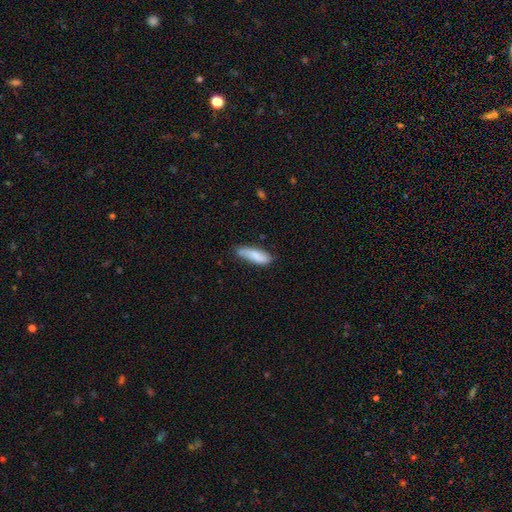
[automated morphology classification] Q: Smooth or featured?
A: smooth (80%); runner-up: featured or disk (14%)
Q: How rounded?
A: cigar-shaped (50%); runner-up: in between (48%)
Q: Merging?
A: none (61%); runner-up: minor disturbance (30%)